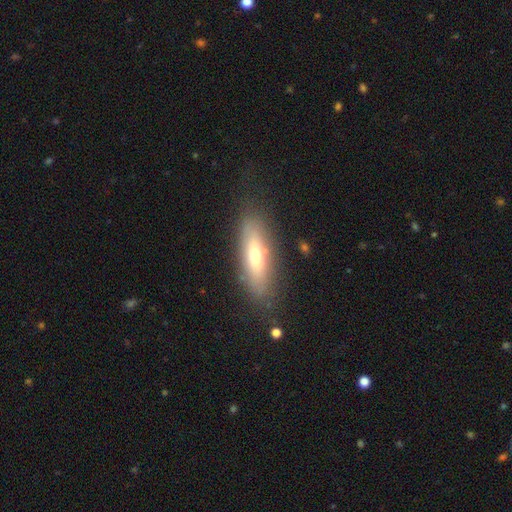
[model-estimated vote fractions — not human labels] This appears to be a smooth galaxy with no disk features (55%) that is in between round and cigar-shaped (51%). Merging: none (80%).